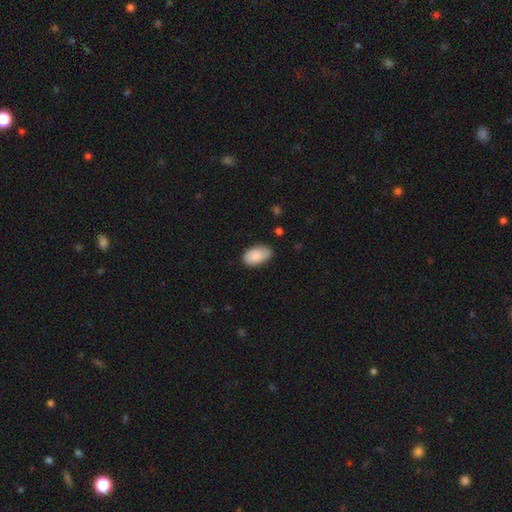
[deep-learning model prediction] smooth_or_featured: smooth (p=0.86) [alt: featured or disk p=0.08]
how_rounded: in between (p=0.93) [alt: round p=0.05]
merging: none (p=0.73) [alt: minor disturbance p=0.22]